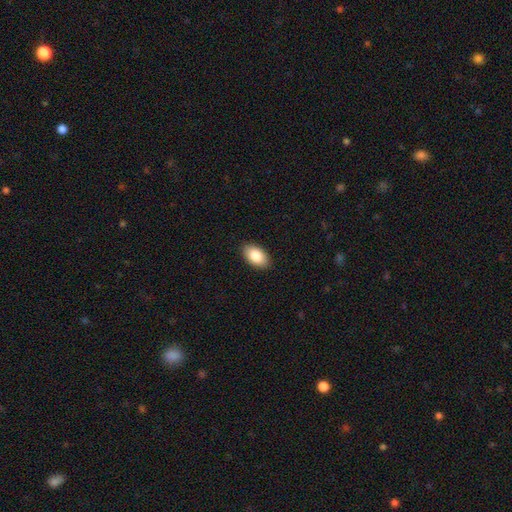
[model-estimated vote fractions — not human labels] This is clearly a smooth galaxy (86%). How rounded: clearly in between (94%). Merging: clearly none (89%).